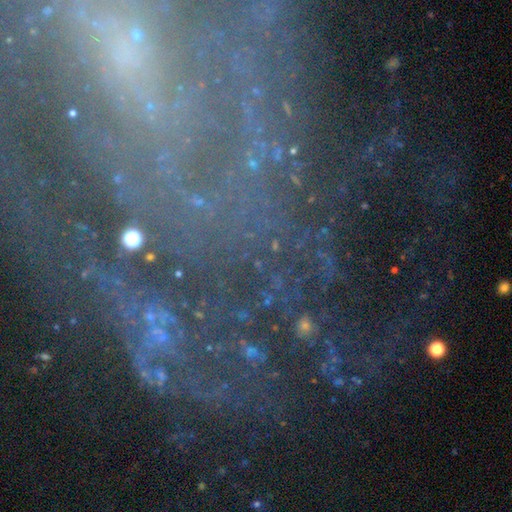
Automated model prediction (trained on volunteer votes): The model was most divided on "smooth or featured": featured or disk: 56%, star or artifact: 31%, smooth: 13%. More confident: edge-on disk — no (93%); spiral arms — yes (77%); merging — none (59%); bar — no (57%); bulge size — small (54%).